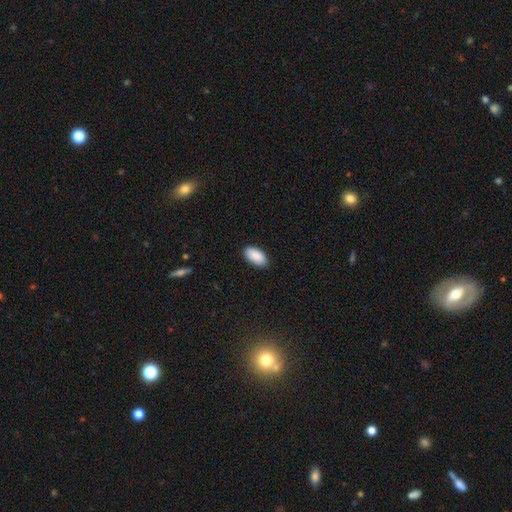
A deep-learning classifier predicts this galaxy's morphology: Smooth or featured?
  - smooth: 90% *
  - star or artifact: 6%
  - featured or disk: 4%
How rounded?
  - in between: 95% *
  - cigar-shaped: 3%
  - round: 2%
Merging?
  - none: 88% *
  - minor disturbance: 9%
  - major disturbance: 2%
  - merger: 1%